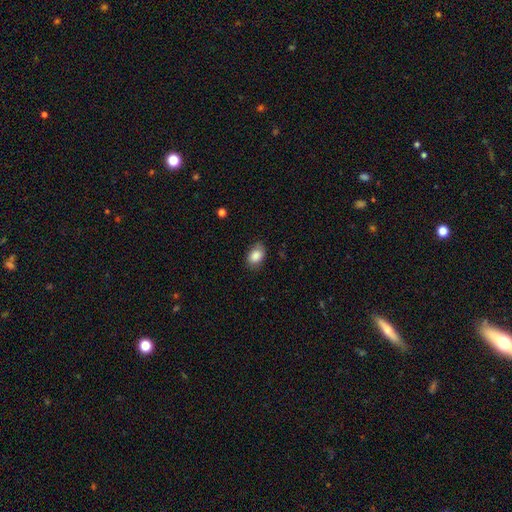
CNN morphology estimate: Q: Smooth or featured?
A: smooth (87%); runner-up: star or artifact (8%)
Q: How rounded?
A: in between (79%); runner-up: round (20%)
Q: Merging?
A: none (77%); runner-up: minor disturbance (19%)